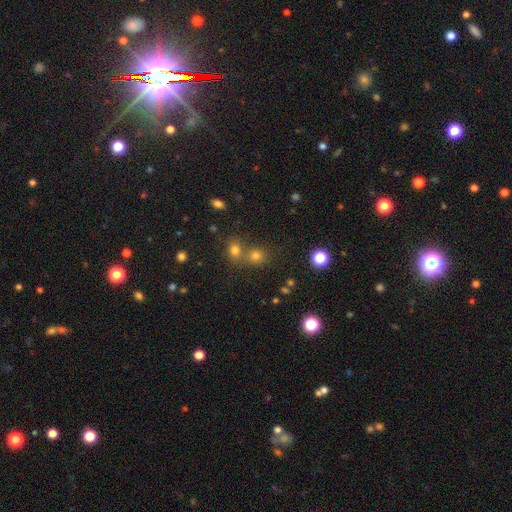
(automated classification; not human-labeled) smooth 73%, star or artifact 20%, featured or disk 8%. Down the decision tree: how rounded — round (78%); merging — none (52%).